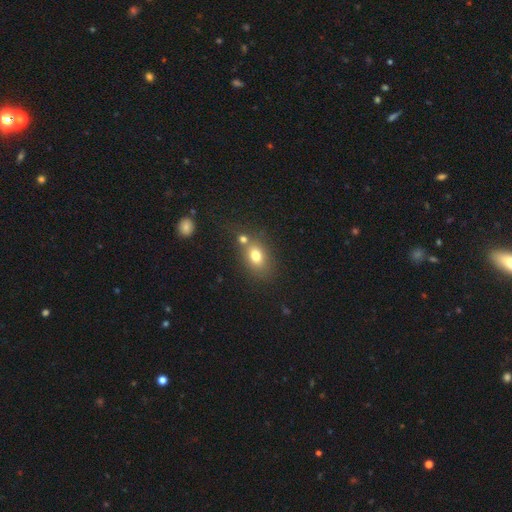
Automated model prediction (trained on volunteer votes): smooth_or_featured: smooth (p=0.75) [alt: featured or disk p=0.13]
how_rounded: in between (p=0.71) [alt: round p=0.27]
merging: none (p=0.55) [alt: merger p=0.27]